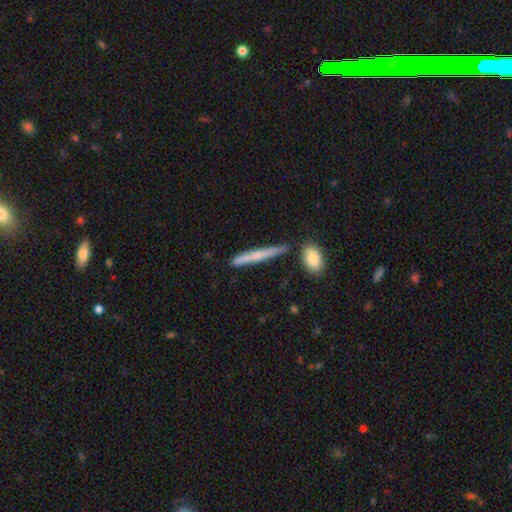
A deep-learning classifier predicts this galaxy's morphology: This is possibly a smooth galaxy (54%). How rounded: clearly cigar-shaped (94%). Merging: clearly none (82%).